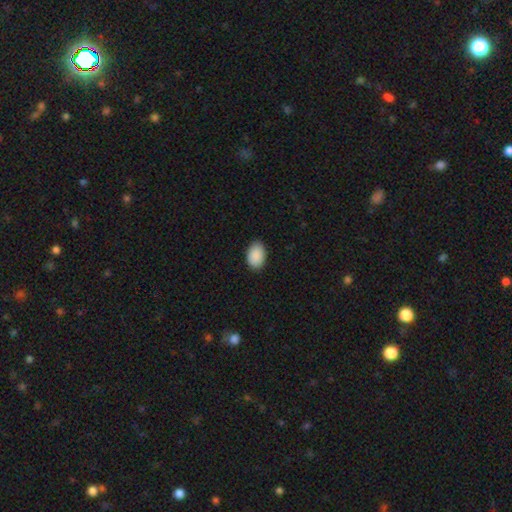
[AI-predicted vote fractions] smooth 91%, star or artifact 7%, featured or disk 3%. Down the decision tree: how rounded — in between (88%); merging — none (86%).